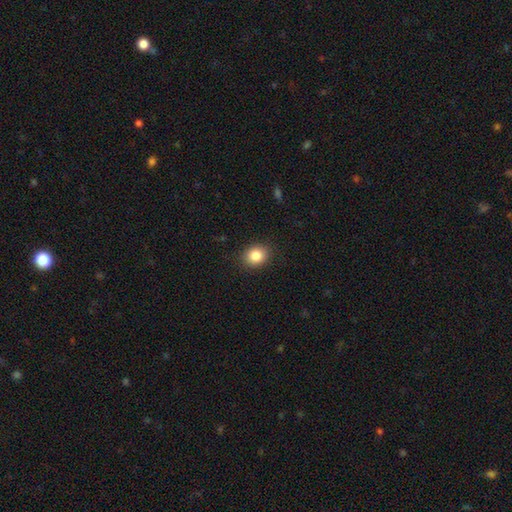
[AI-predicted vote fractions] Q: Smooth or featured?
A: smooth (85%); runner-up: star or artifact (9%)
Q: How rounded?
A: round (60%); runner-up: in between (39%)
Q: Merging?
A: none (89%); runner-up: minor disturbance (8%)